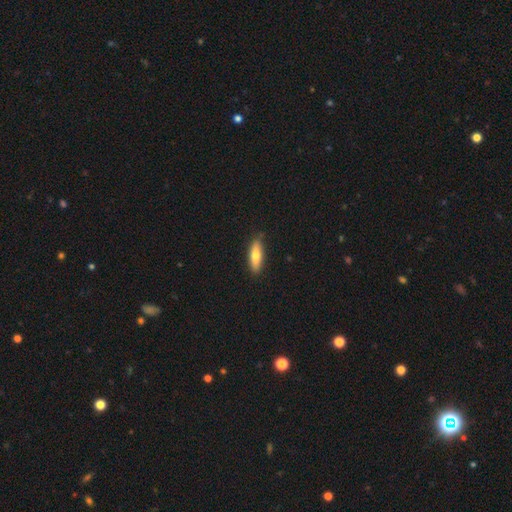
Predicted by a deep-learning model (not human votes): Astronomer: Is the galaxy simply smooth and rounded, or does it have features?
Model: smooth — 72%.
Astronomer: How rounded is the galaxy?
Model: in between — 49%, tied with cigar-shaped at 49%.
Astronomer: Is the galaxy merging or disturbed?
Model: none — 83%.